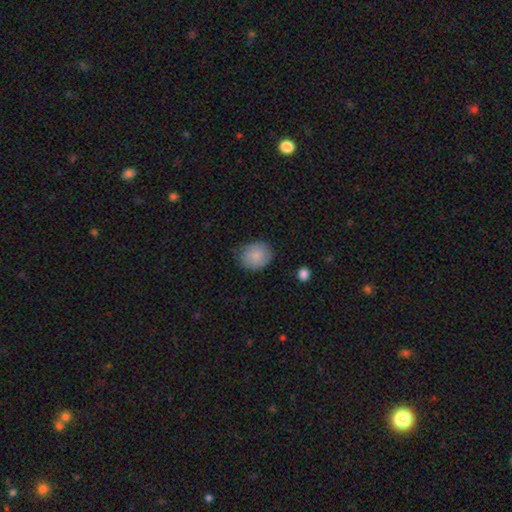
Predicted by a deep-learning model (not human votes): This is clearly a smooth galaxy (84%). How rounded: possibly round (59%). Merging: likely none (76%).